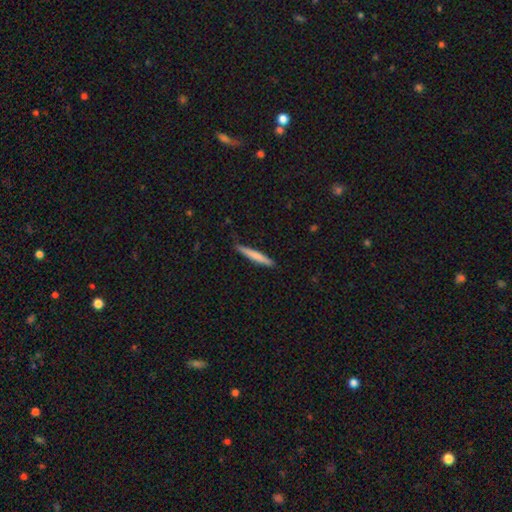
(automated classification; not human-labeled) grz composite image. It shows a smooth galaxy with no disk features (73%) that is cigar-shaped (95%). Merging: none (84%).